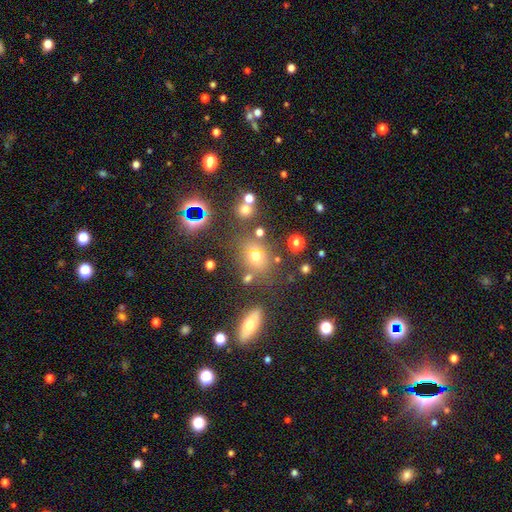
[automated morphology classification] Smooth or featured? Predicted: smooth (p=0.62). How rounded? Predicted: round (p=0.59). Merging? Predicted: none (p=0.68).